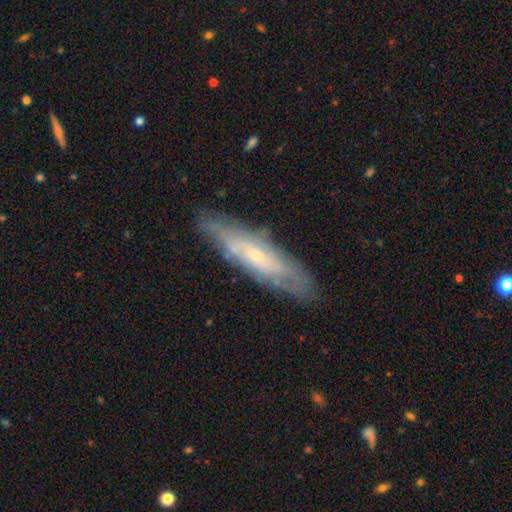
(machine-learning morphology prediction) Smooth or featured? Predicted: featured or disk (p=0.62). Edge-on disk? Predicted: no (p=0.53). Merging? Predicted: none (p=0.80).